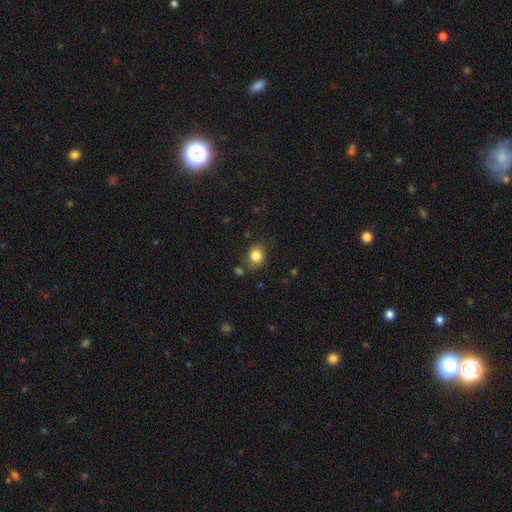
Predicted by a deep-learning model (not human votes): Smooth or featured? smooth (85%)
How rounded? round (62%)
Merging? none (78%)